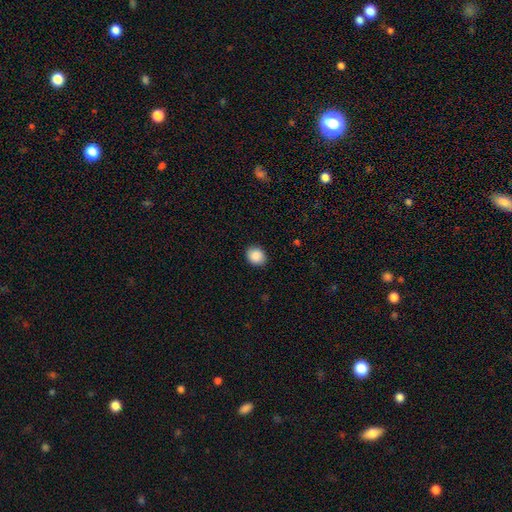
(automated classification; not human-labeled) A smooth galaxy with no disk features (89%) that is round (60%).

Vote fractions:
- Smooth or featured? smooth: 89% / star or artifact: 8% / featured or disk: 3%
- How rounded? round: 60% / in between: 39% / cigar-shaped: 1%
- Merging? none: 89% / minor disturbance: 8% / major disturbance: 2% / merger: 1%